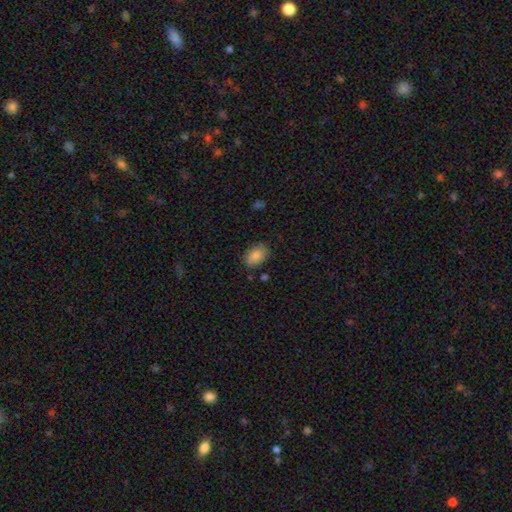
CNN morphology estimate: This is clearly a smooth galaxy (87%). How rounded: clearly in between (87%). Merging: clearly none (82%).